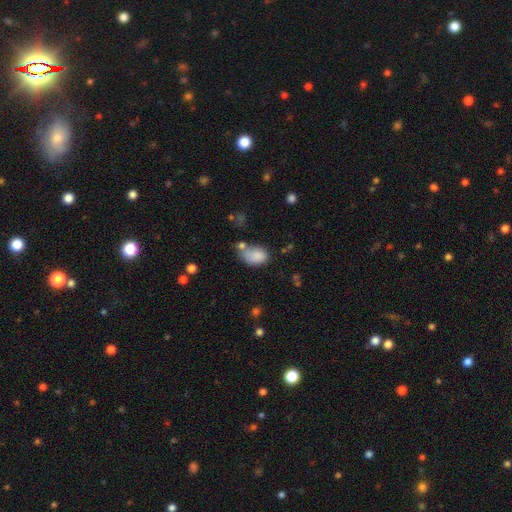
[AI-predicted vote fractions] smooth_or_featured: smooth (p=0.83) [alt: star or artifact p=0.09]
how_rounded: in between (p=0.84) [alt: round p=0.14]
merging: none (p=0.45) [alt: minor disturbance p=0.24]